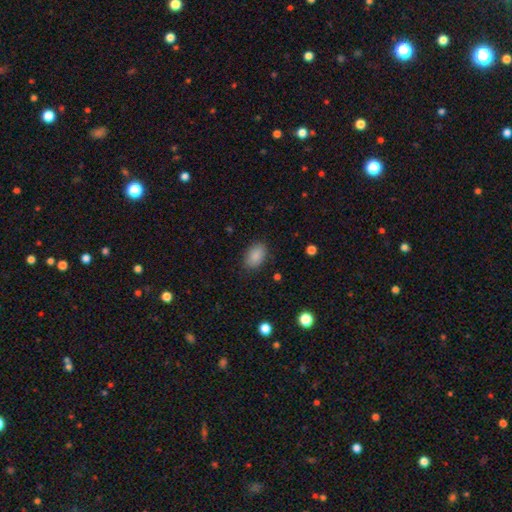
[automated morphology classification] smooth_or_featured: smooth (p=0.88) [alt: star or artifact p=0.07]
how_rounded: in between (p=0.89) [alt: round p=0.09]
merging: none (p=0.85) [alt: minor disturbance p=0.11]